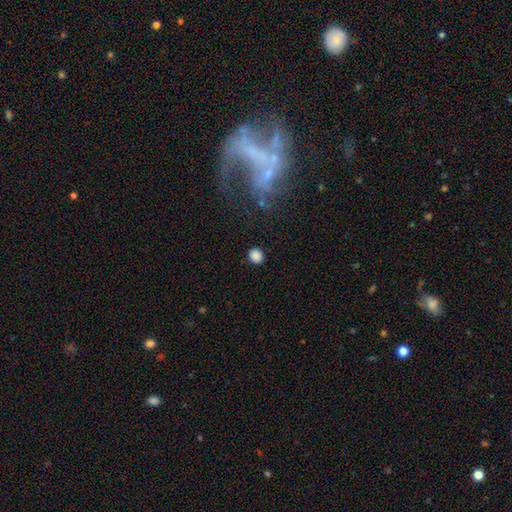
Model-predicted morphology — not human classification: Smooth or featured?
  - smooth: 86% *
  - star or artifact: 11%
  - featured or disk: 3%
How rounded?
  - round: 73% *
  - in between: 26%
  - cigar-shaped: 1%
Merging?
  - none: 88% *
  - minor disturbance: 8%
  - major disturbance: 3%
  - merger: 1%